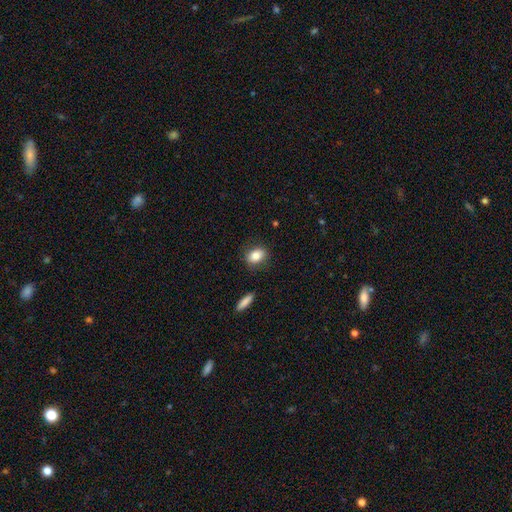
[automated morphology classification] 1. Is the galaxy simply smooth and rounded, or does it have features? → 83% smooth, 8% star or artifact, 8% featured or disk.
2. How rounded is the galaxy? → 71% in between, 27% round, 2% cigar-shaped.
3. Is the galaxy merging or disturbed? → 84% none, 11% minor disturbance, 3% major disturbance, 2% merger.